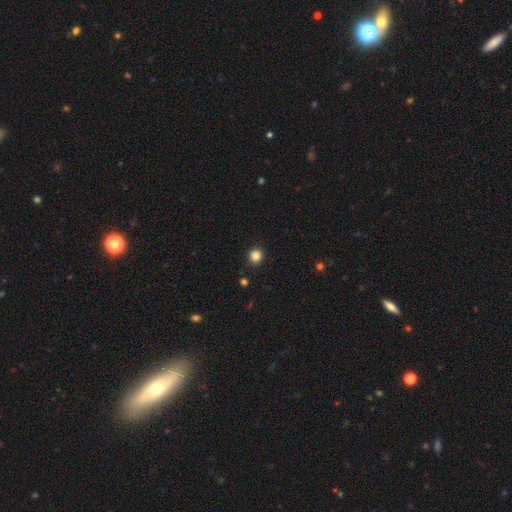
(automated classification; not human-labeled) Q: Smooth or featured?
A: smooth (85%); runner-up: star or artifact (12%)
Q: How rounded?
A: round (91%); runner-up: in between (8%)
Q: Merging?
A: none (91%); runner-up: minor disturbance (6%)